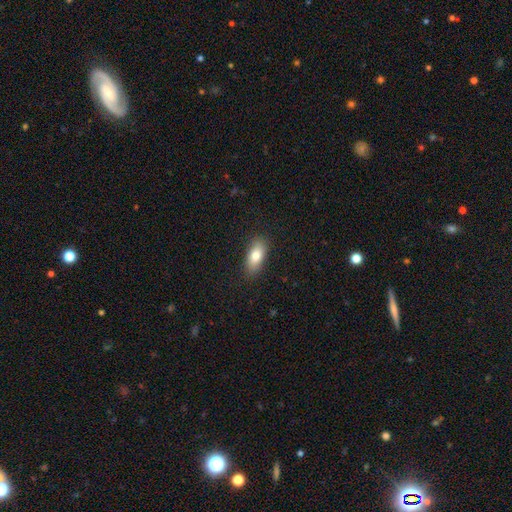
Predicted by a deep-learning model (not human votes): Morphology: type=smooth (80%); roundness=in between (85%); merging=none (86%).